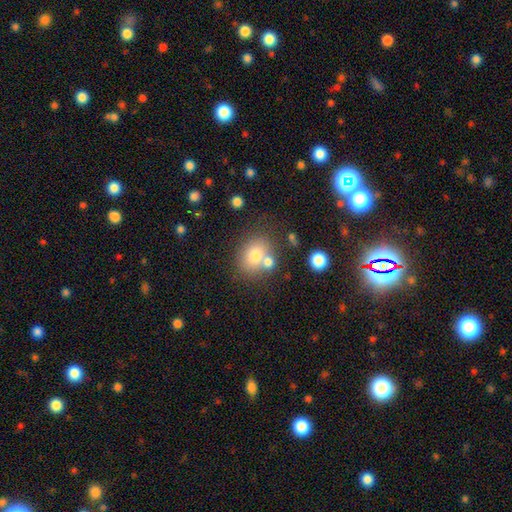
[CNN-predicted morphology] smooth_or_featured: smooth (p=0.74) [alt: featured or disk p=0.15]
how_rounded: round (p=0.52) [alt: in between p=0.47]
merging: none (p=0.58) [alt: merger p=0.25]